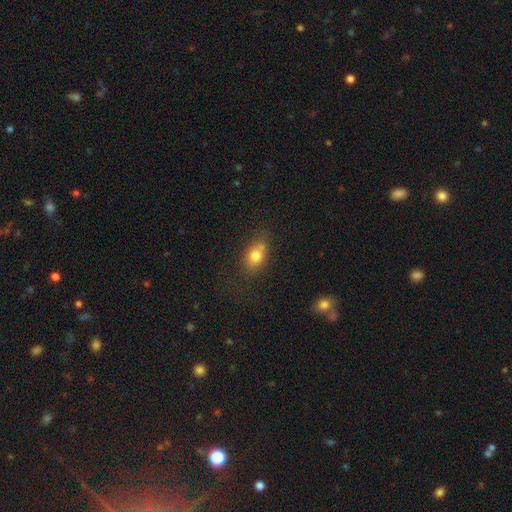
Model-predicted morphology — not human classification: smooth_or_featured: smooth (p=0.77) [alt: featured or disk p=0.13]
how_rounded: in between (p=0.64) [alt: round p=0.33]
merging: none (p=0.53) [alt: minor disturbance p=0.21]